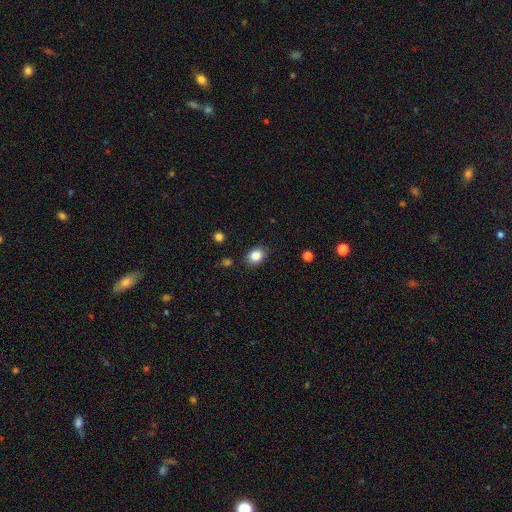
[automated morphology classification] type=smooth (86%); roundness=in between (57%); merging=none (85%).